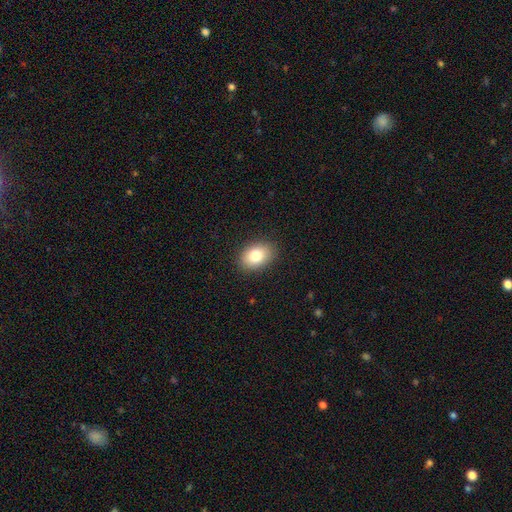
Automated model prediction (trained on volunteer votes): smooth_or_featured: smooth (p=0.81) [alt: featured or disk p=0.10]
how_rounded: in between (p=0.78) [alt: round p=0.21]
merging: none (p=0.88) [alt: minor disturbance p=0.09]